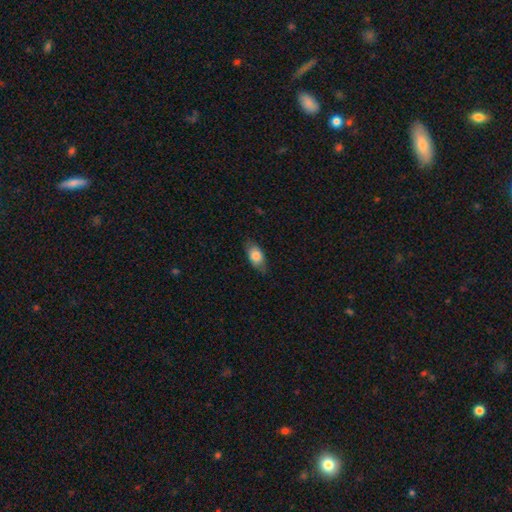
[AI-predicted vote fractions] The model was most divided on "merging": none: 76%, minor disturbance: 20%, major disturbance: 4%, merger: 1%. More confident: how rounded — in between (87%); smooth or featured — smooth (79%).